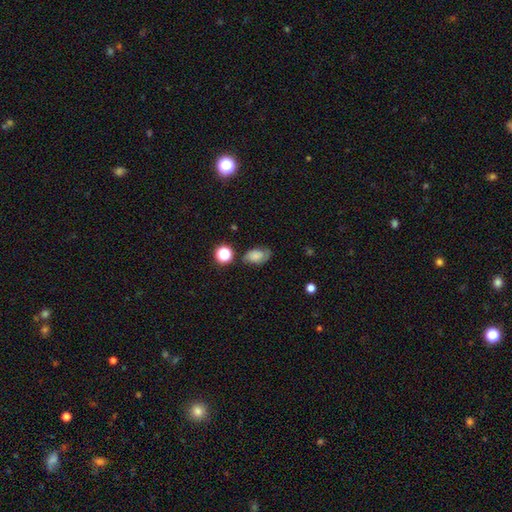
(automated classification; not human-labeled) Morphology: type=smooth (63%); roundness=in between (84%); merging=none (61%).